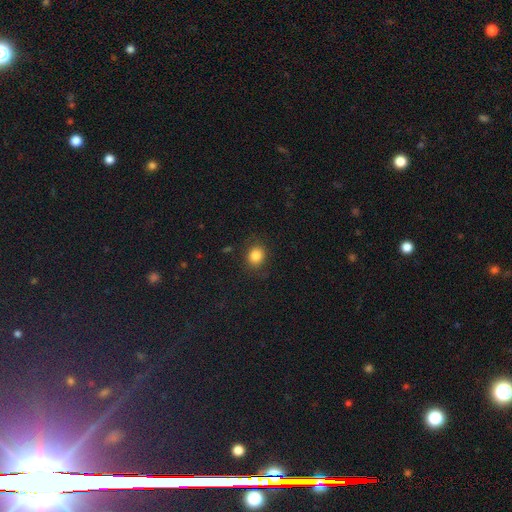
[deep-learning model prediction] Smooth or featured? smooth (83%)
How rounded? round (68%)
Merging? none (83%)